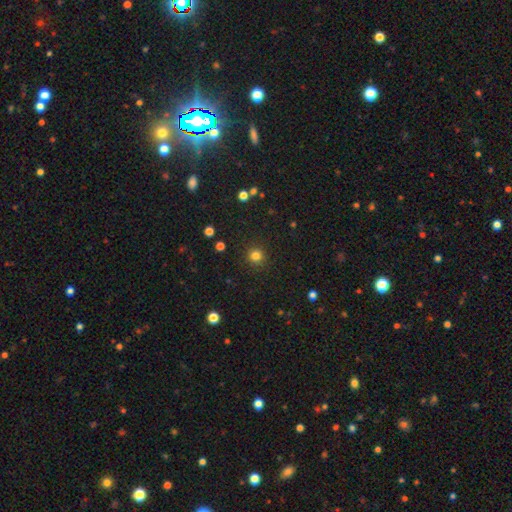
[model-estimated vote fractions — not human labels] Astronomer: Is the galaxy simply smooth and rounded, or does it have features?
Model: smooth — 81%.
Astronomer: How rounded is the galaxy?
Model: round — 94%.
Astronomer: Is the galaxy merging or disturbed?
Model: none — 91%.